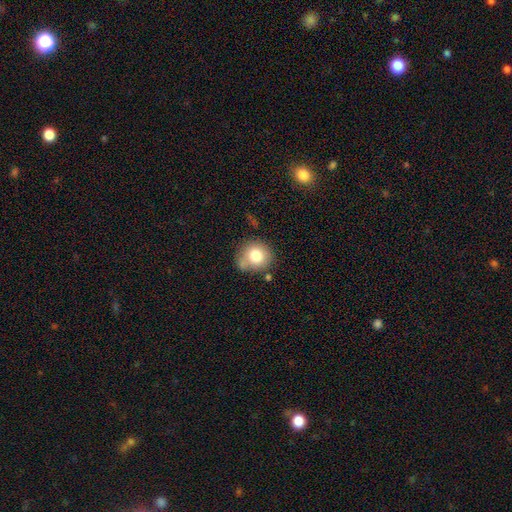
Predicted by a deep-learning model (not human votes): A smooth galaxy with no disk features (78%) that is round (84%). Merging: none (65%).